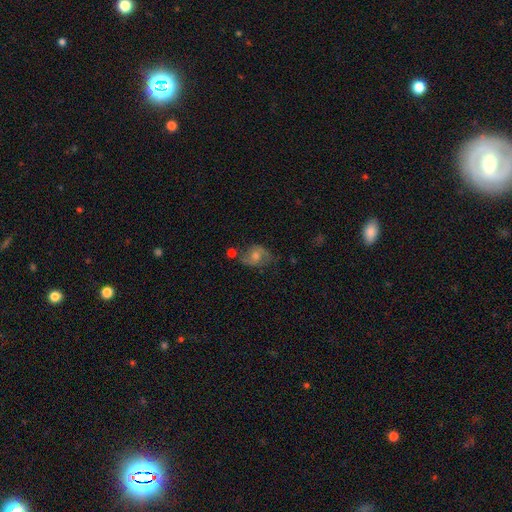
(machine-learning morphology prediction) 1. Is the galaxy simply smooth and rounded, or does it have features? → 59% featured or disk, 28% smooth, 13% star or artifact.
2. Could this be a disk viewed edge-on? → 96% no, 4% yes.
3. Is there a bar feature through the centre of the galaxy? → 59% no, 33% weak, 7% strong.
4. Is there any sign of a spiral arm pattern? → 84% yes, 16% no.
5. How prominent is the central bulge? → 62% moderate, 24% small, 9% large, 3% none, 1% dominant.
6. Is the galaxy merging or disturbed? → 63% none, 20% minor disturbance, 9% major disturbance, 8% merger.